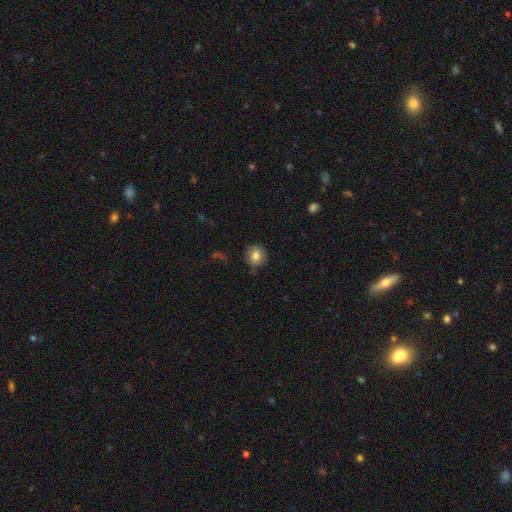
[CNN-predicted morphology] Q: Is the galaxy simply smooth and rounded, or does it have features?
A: smooth — 80%.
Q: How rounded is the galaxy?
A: round — 87%.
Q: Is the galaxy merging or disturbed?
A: none — 81%.